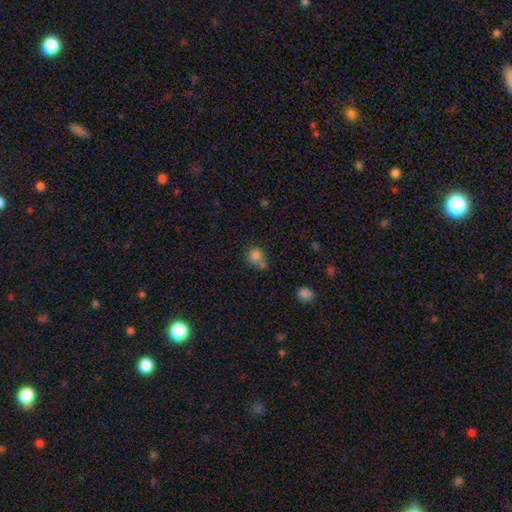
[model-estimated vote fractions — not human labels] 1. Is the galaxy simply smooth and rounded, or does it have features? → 80% smooth, 12% star or artifact, 8% featured or disk.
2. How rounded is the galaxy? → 76% round, 22% in between, 1% cigar-shaped.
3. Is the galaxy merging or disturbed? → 45% none, 28% merger, 19% minor disturbance, 7% major disturbance.